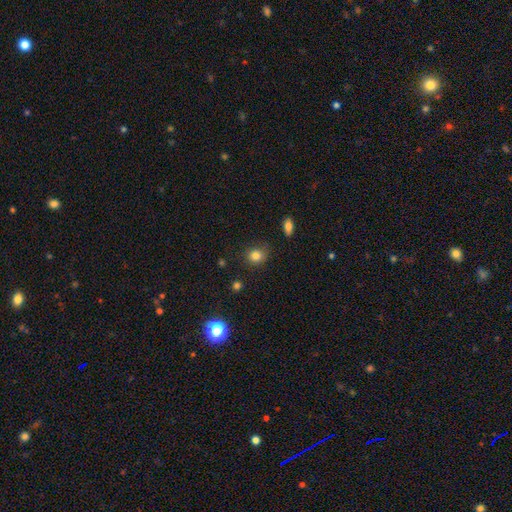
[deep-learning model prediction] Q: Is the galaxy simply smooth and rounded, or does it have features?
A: smooth — 83%.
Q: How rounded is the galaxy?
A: round — 76%.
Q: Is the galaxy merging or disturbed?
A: none — 81%.